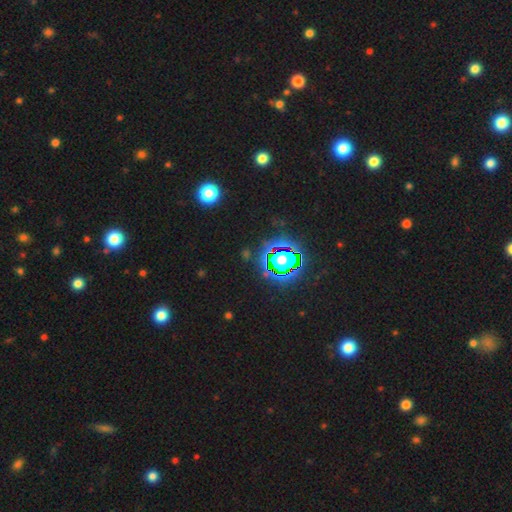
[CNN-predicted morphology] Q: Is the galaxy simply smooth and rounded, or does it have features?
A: star or artifact — 82%.